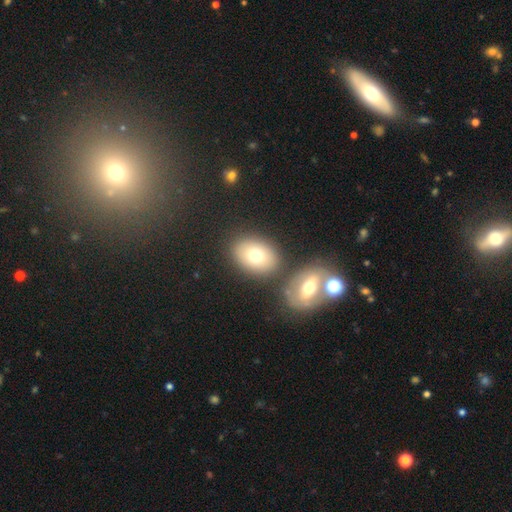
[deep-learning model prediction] Morphology: type=smooth (74%); roundness=in between (69%); merging=none (74%).